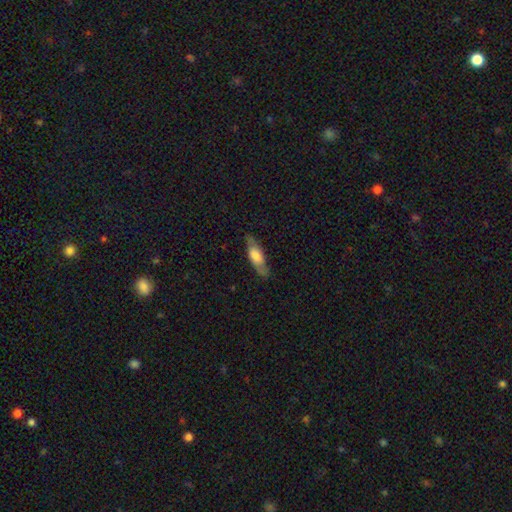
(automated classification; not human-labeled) A smooth galaxy with no disk features (54%) that is in between round and cigar-shaped (58%). Merging: none (77%).